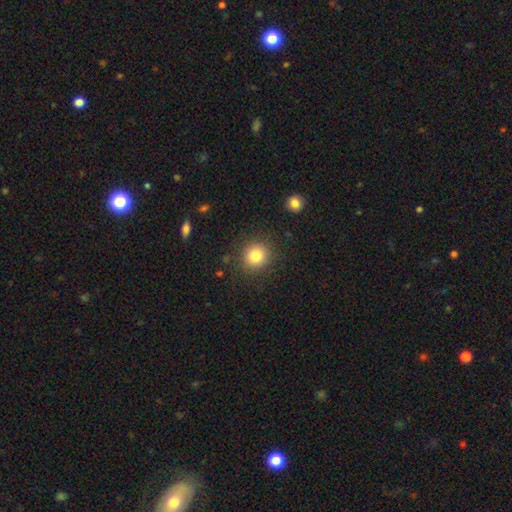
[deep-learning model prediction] Smooth or featured: smooth — 81% (star or artifact — 12%)
How rounded: round — 89% (in between — 10%)
Merging: none — 88% (minor disturbance — 7%)